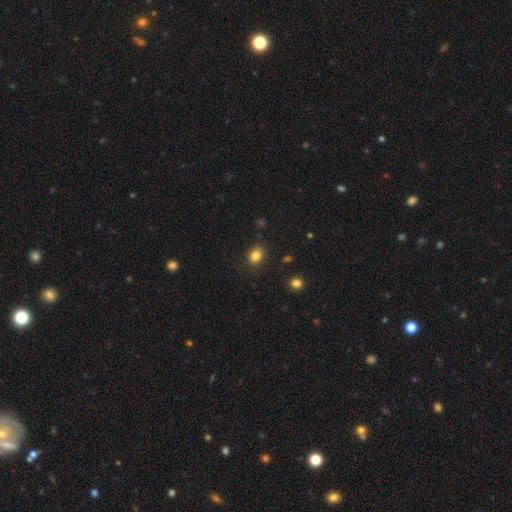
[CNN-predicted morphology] Smooth or featured?
  - smooth: 83% *
  - star or artifact: 11%
  - featured or disk: 6%
How rounded?
  - in between: 53% *
  - round: 46%
  - cigar-shaped: 1%
Merging?
  - none: 84% *
  - minor disturbance: 12%
  - major disturbance: 3%
  - merger: 2%